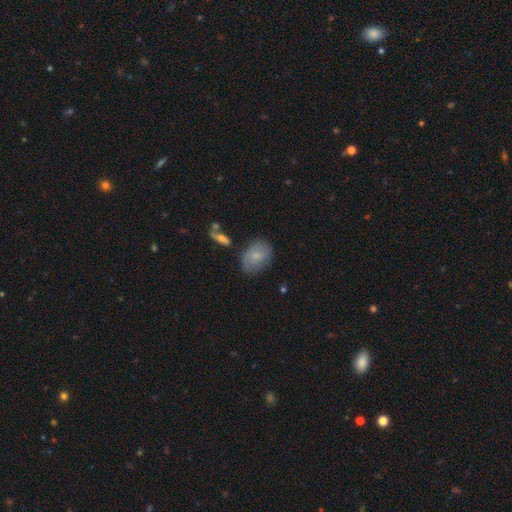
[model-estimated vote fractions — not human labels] Q: Smooth or featured?
A: smooth (71%); runner-up: featured or disk (21%)
Q: How rounded?
A: in between (74%); runner-up: round (25%)
Q: Merging?
A: none (65%); runner-up: minor disturbance (24%)